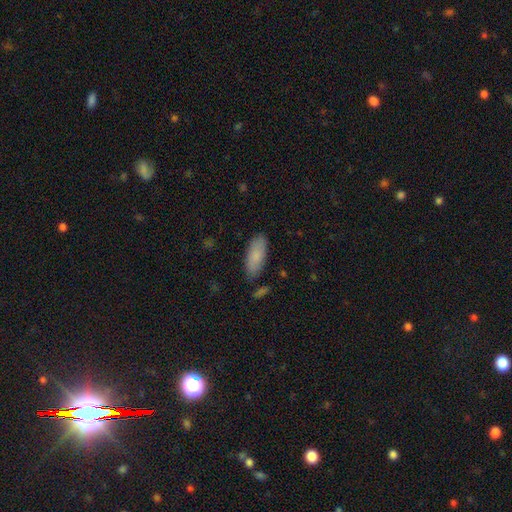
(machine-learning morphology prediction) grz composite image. It shows a smooth galaxy with no disk features (85%) that is in between round and cigar-shaped (80%). Merging: none (82%).